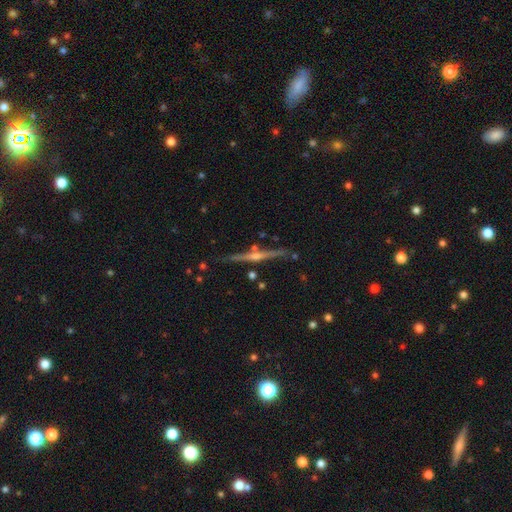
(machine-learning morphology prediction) type=featured or disk (76%); edge-on=yes (98%); edge-on bulge=rounded (73%); merging=none (83%).